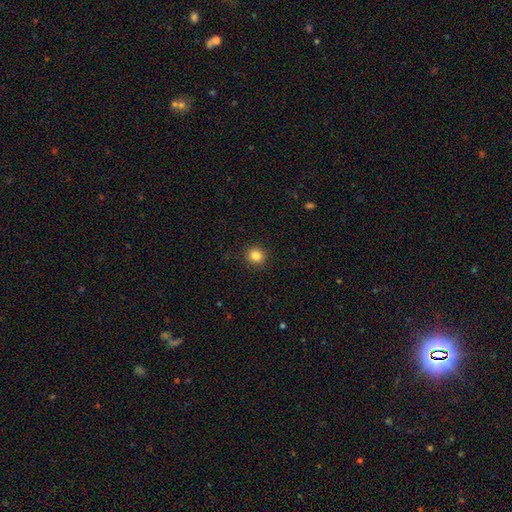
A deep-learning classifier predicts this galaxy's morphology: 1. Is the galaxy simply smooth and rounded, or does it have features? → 84% smooth, 11% star or artifact, 5% featured or disk.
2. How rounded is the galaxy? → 86% round, 13% in between, 1% cigar-shaped.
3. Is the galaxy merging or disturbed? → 91% none, 6% minor disturbance, 2% major disturbance, 1% merger.